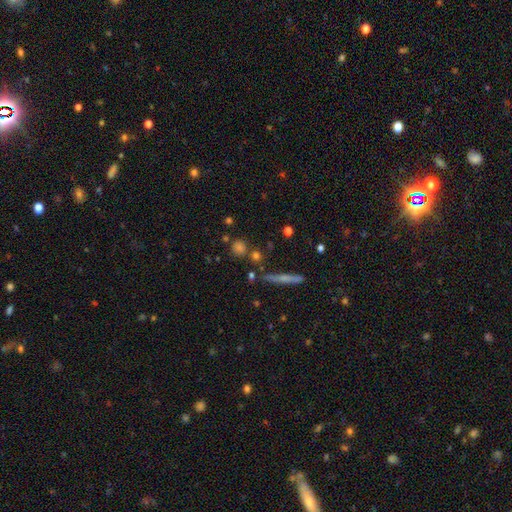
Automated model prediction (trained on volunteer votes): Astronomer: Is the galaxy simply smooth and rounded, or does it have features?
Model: smooth — 55%.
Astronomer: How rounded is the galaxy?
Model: round — 62%.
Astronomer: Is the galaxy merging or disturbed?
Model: none — 80%.